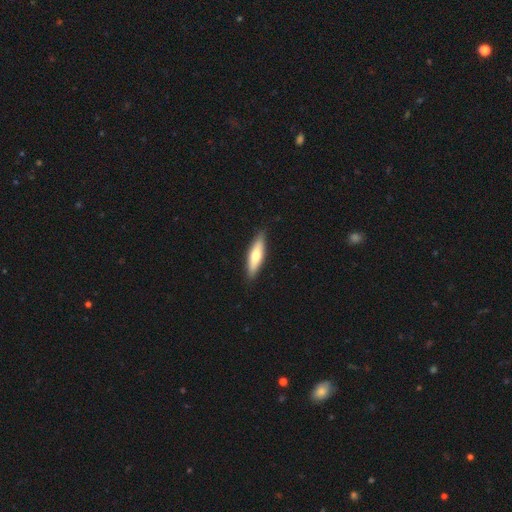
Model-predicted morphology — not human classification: The model was most divided on "smooth or featured": smooth: 60%, featured or disk: 35%, star or artifact: 5%. More confident: merging — none (88%); how rounded — cigar-shaped (62%).